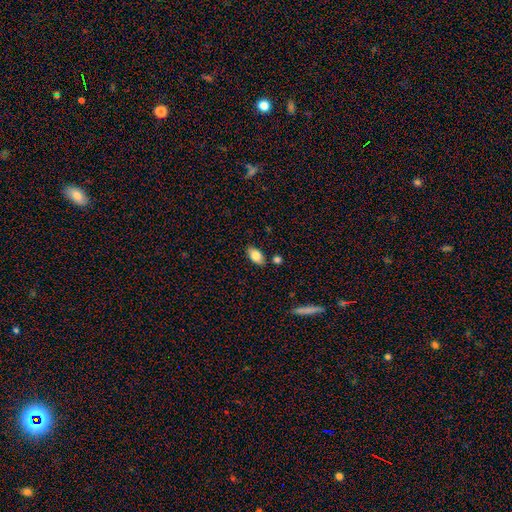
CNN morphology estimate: type=smooth (82%); roundness=in between (91%); merging=none (81%).